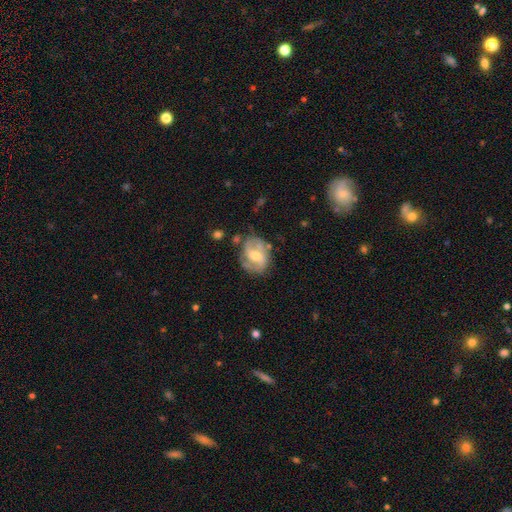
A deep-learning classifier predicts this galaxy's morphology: Smooth or featured: featured or disk — 71% (smooth — 23%)
Edge-on disk: no — 97% (yes — 3%)
Bar: weak — 46% (no — 32%)
Spiral arms: yes — 84% (no — 16%)
Spiral winding: medium — 45% (tight — 31%)
Spiral arm count: 2 — 72% (can't tell — 15%)
Bulge size: moderate — 59% (small — 35%)
Merging: none — 65% (minor disturbance — 22%)